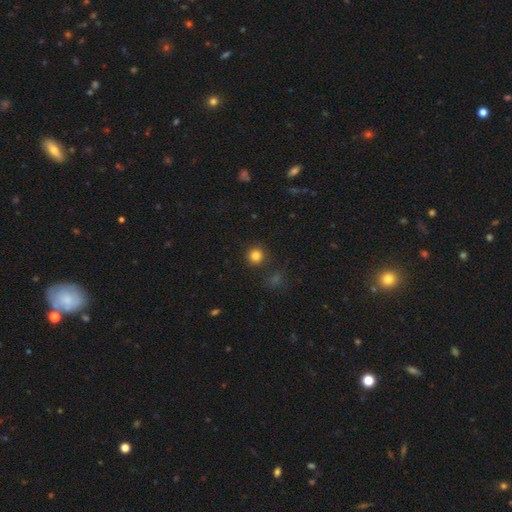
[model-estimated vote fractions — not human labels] smooth-or-featured: smooth: 82% | star or artifact: 13% | featured or disk: 5%
  how-rounded: round: 93% | in between: 6% | cigar-shaped: 1%
  merging: none: 88% | minor disturbance: 7% | merger: 3% | major disturbance: 3%